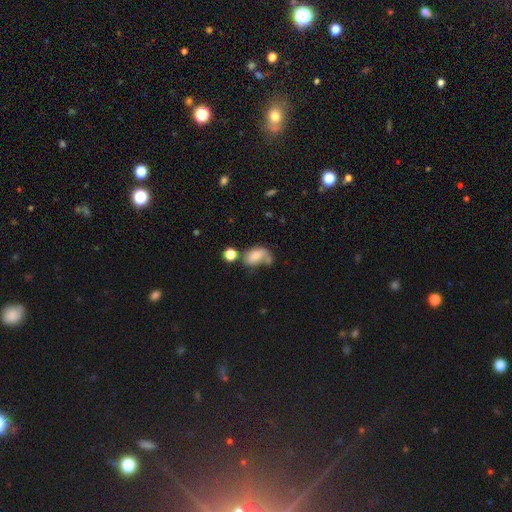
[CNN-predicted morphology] smooth_or_featured: smooth (p=0.73) [alt: featured or disk p=0.17]
how_rounded: in between (p=0.85) [alt: round p=0.13]
merging: none (p=0.36) [alt: merger p=0.26]